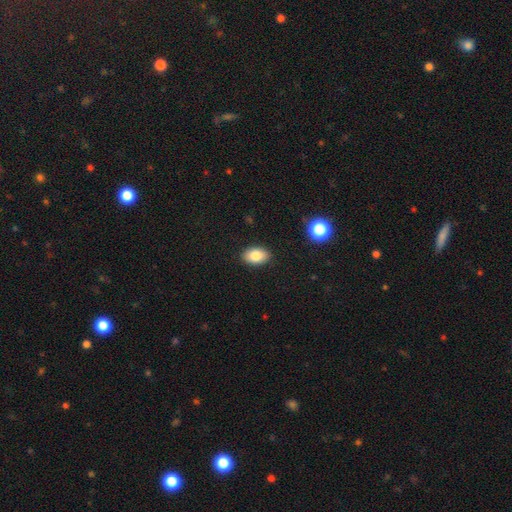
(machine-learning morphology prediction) This appears to be a smooth galaxy with no disk features (83%) that is in between round and cigar-shaped (88%). Merging: none (89%).